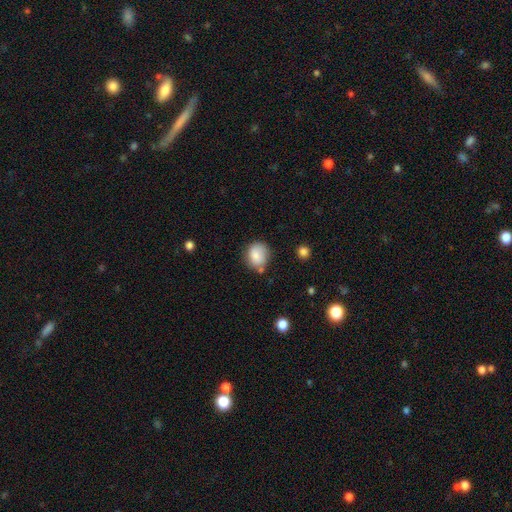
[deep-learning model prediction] Smooth or featured? Predicted: smooth (p=0.82). How rounded? Predicted: round (p=0.71). Merging? Predicted: none (p=0.65).